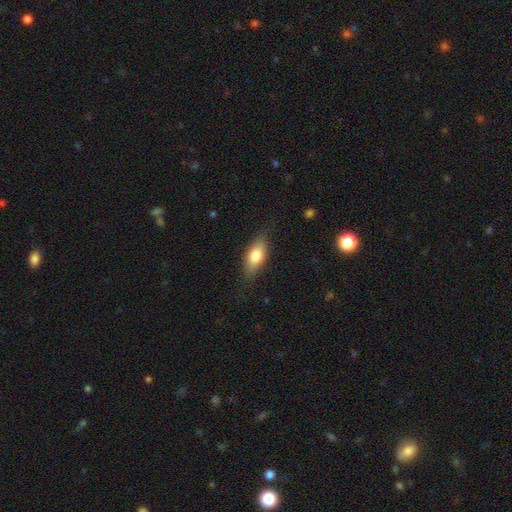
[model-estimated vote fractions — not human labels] A smooth galaxy with no disk features (76%) that is in between round and cigar-shaped (80%).

Vote fractions:
- Smooth or featured? smooth: 76% / featured or disk: 18% / star or artifact: 7%
- How rounded? in between: 80% / cigar-shaped: 15% / round: 4%
- Merging? none: 80% / minor disturbance: 15% / major disturbance: 4% / merger: 1%